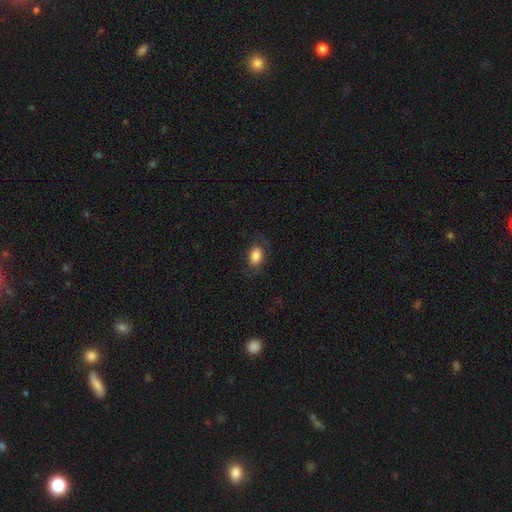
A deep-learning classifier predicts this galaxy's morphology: Smooth or featured? smooth (83%)
How rounded? in between (82%)
Merging? none (76%)